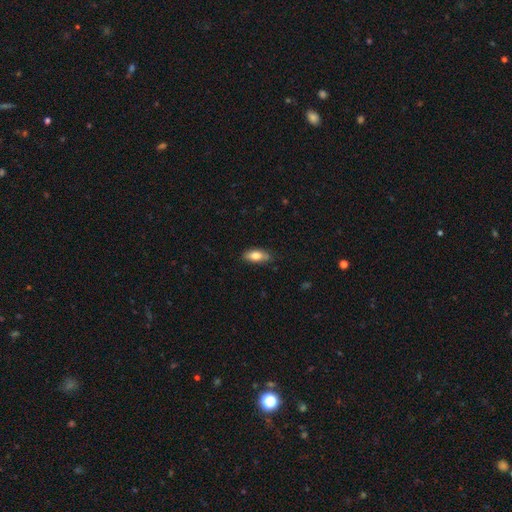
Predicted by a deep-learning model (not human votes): A smooth galaxy with no disk features (79%) that is in between round and cigar-shaped (83%).

Vote fractions:
- Smooth or featured? smooth: 79% / featured or disk: 15% / star or artifact: 7%
- How rounded? in between: 83% / cigar-shaped: 14% / round: 3%
- Merging? none: 79% / minor disturbance: 17% / major disturbance: 3% / merger: 1%